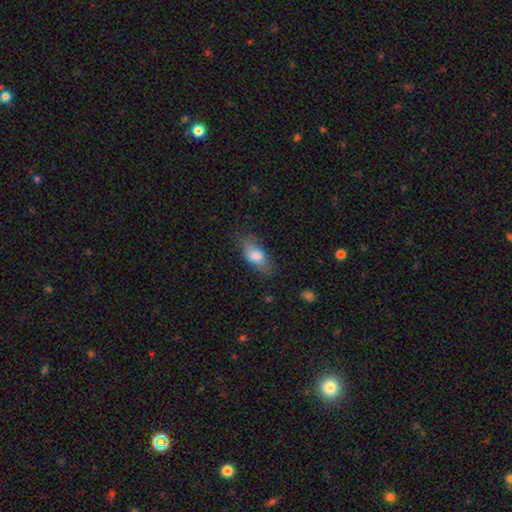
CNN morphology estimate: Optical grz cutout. It shows a smooth galaxy with no disk features (78%) that is in between round and cigar-shaped (84%). Merging: none (65%).